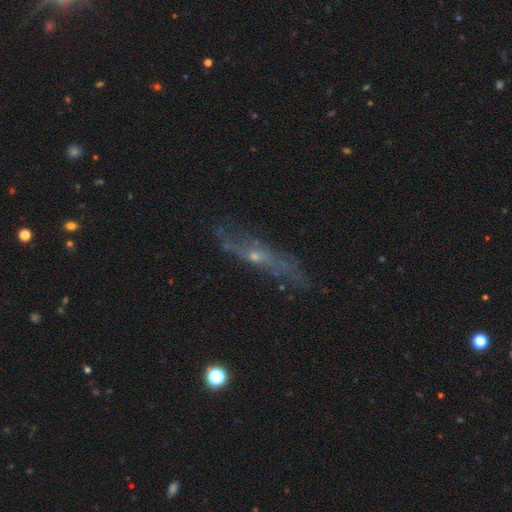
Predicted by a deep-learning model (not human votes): A featured or disk galaxy (64%) viewed edge-on (50%, tied with no).

Vote fractions:
- Smooth or featured? featured or disk: 64% / smooth: 21% / star or artifact: 15%
- Edge-on disk? yes: 50% (tied) / no: 50% (tied)
- Merging? none: 68% / minor disturbance: 20% / major disturbance: 9% / merger: 3%